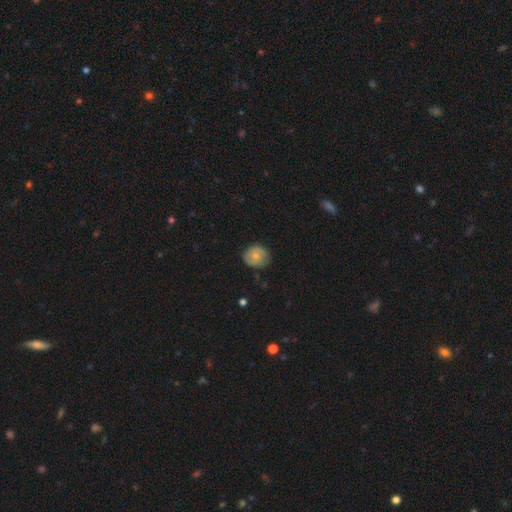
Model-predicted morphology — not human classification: The model was most divided on "smooth or featured": smooth: 58%, featured or disk: 35%, star or artifact: 7%. More confident: how rounded — round (73%); merging — none (71%).